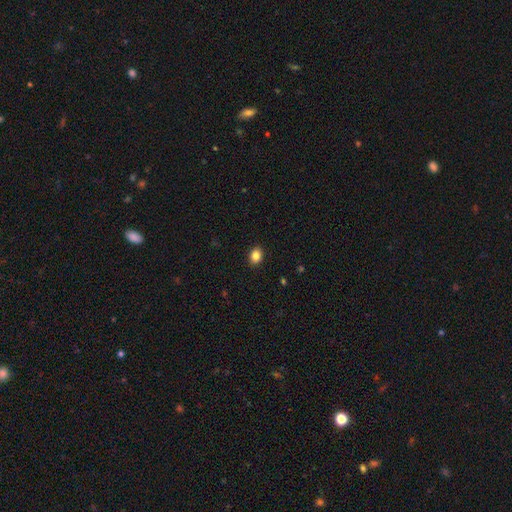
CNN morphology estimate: Smooth or featured? Predicted: smooth (p=0.85). How rounded? Predicted: in between (p=0.61). Merging? Predicted: none (p=0.91).